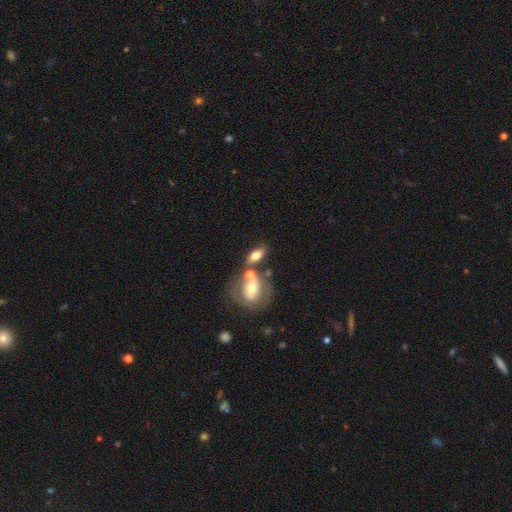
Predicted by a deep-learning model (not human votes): Smooth or featured? Predicted: smooth (p=0.65). How rounded? Predicted: in between (p=0.78). Merging? Predicted: none (p=0.51).